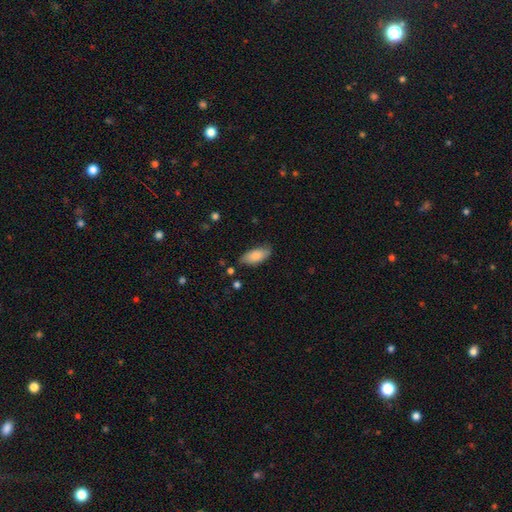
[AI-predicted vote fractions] A smooth galaxy with no disk features (84%) that is in between round and cigar-shaped (89%).

Vote fractions:
- Smooth or featured? smooth: 84% / featured or disk: 10% / star or artifact: 6%
- How rounded? in between: 89% / cigar-shaped: 8% / round: 2%
- Merging? none: 74% / minor disturbance: 20% / major disturbance: 4% / merger: 2%